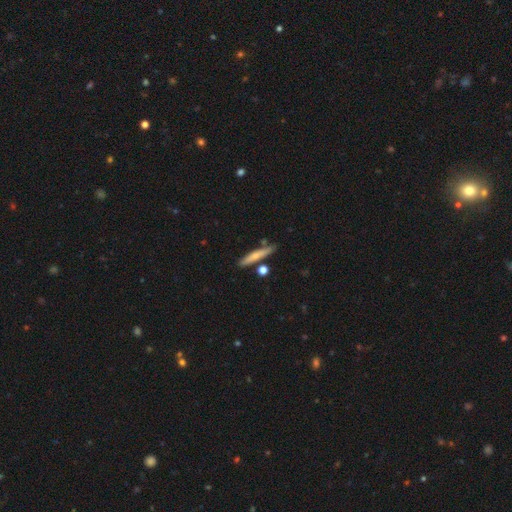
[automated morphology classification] A smooth galaxy with no disk features (61%) that is cigar-shaped (91%). Merging: none (78%).